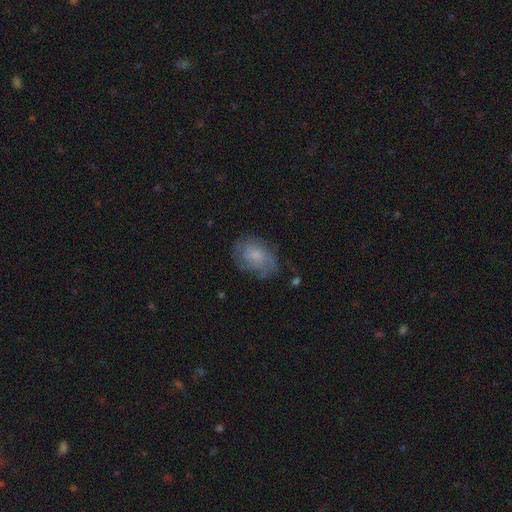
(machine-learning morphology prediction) A featured or disk galaxy (46%). Merging: none (62%).